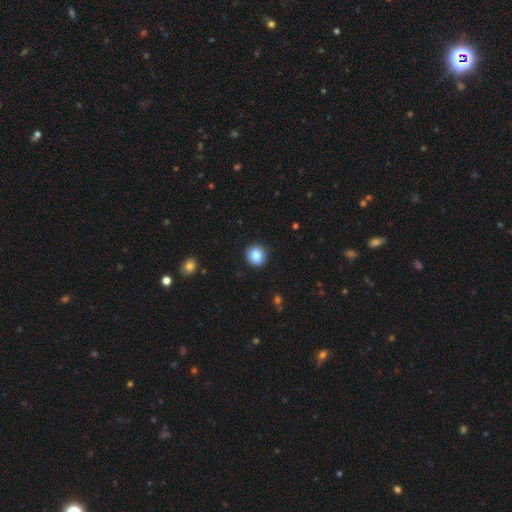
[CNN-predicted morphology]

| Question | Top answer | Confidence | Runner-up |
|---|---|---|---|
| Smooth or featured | smooth | 83% | star or artifact (10%) |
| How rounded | round | 92% | in between (7%) |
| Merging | none | 92% | minor disturbance (6%) |